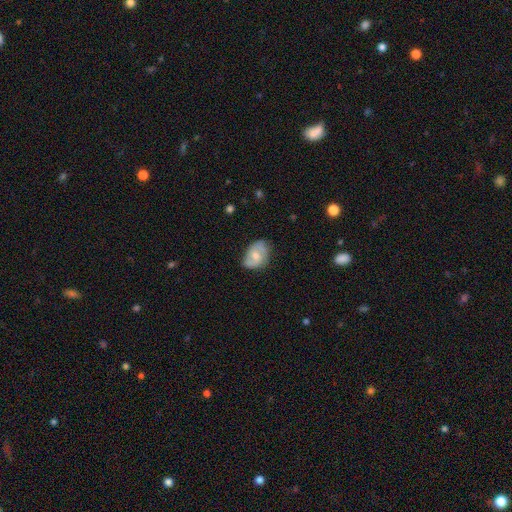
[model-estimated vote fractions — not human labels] This appears to be a featured or disk galaxy (48%). Merging: none (60%).